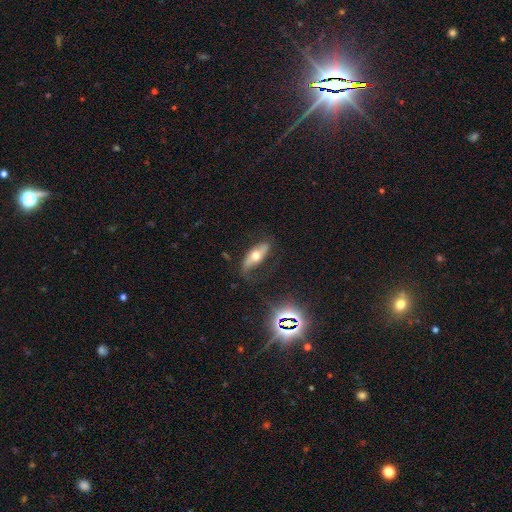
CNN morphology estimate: A featured or disk galaxy (54%).

Vote fractions:
- Smooth or featured? featured or disk: 54% / smooth: 36% / star or artifact: 9%
- Edge-on disk? no: 62% / yes: 38%
- Merging? none: 62% / minor disturbance: 24% / major disturbance: 12% / merger: 2%